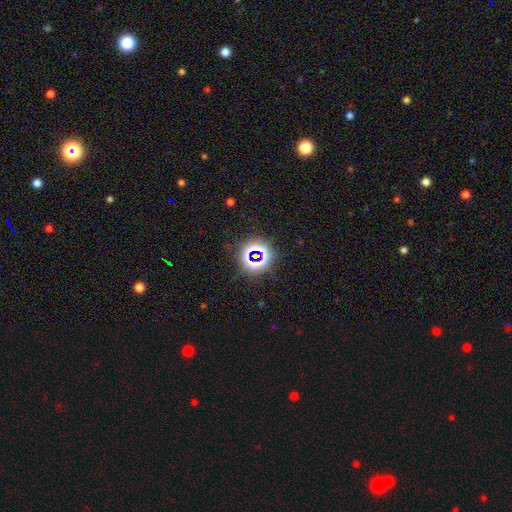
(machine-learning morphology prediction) smooth_or_featured: star or artifact (p=0.72) [alt: smooth p=0.19]